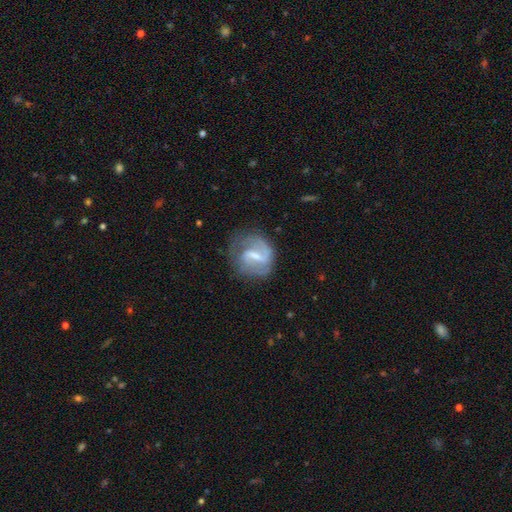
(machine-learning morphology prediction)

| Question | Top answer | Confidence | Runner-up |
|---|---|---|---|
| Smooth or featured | featured or disk | 79% | smooth (15%) |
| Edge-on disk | no | 97% | yes (3%) |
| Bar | weak | 50% | strong (39%) |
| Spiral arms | yes | 90% | no (10%) |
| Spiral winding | medium | 46% | loose (30%) |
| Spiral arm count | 2 | 71% | can't tell (12%) |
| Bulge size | small | 48% | moderate (32%) |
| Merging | none | 61% | minor disturbance (21%) |